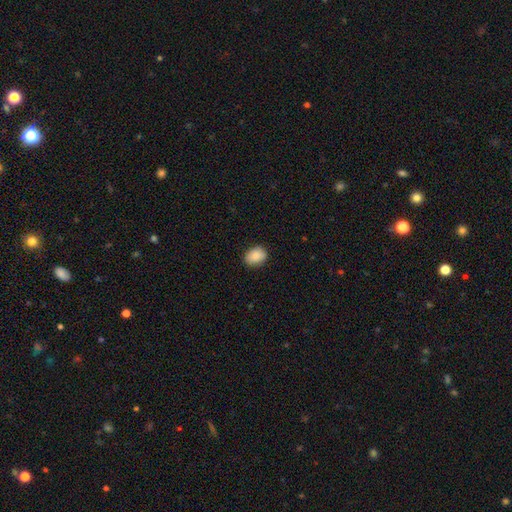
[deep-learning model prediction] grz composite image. It shows a smooth galaxy with no disk features (88%) that is in between round and cigar-shaped (68%). Merging: none (87%).